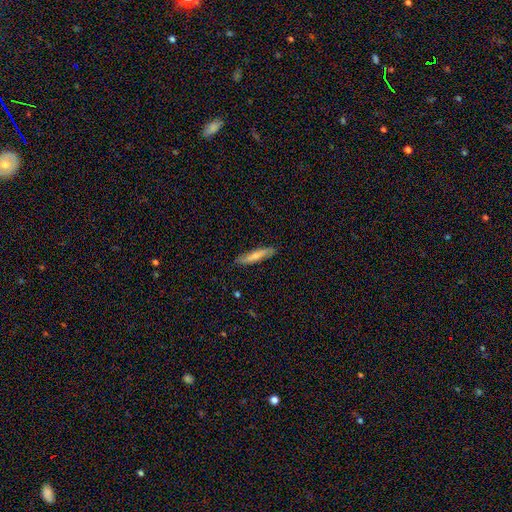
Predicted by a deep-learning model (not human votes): smooth-or-featured: smooth: 62% | featured or disk: 32% | star or artifact: 6%
  how-rounded: cigar-shaped: 84% | in between: 14% | round: 2%
  merging: none: 85% | minor disturbance: 11% | major disturbance: 2% | merger: 1%